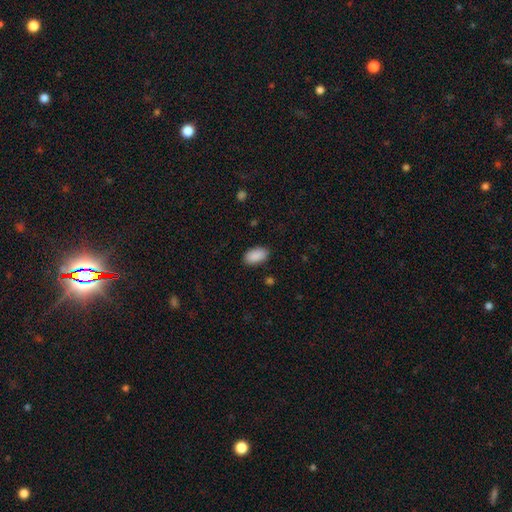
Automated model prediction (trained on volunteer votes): smooth_or_featured: smooth (p=0.91) [alt: star or artifact p=0.07]
how_rounded: in between (p=0.94) [alt: round p=0.04]
merging: none (p=0.88) [alt: minor disturbance p=0.09]